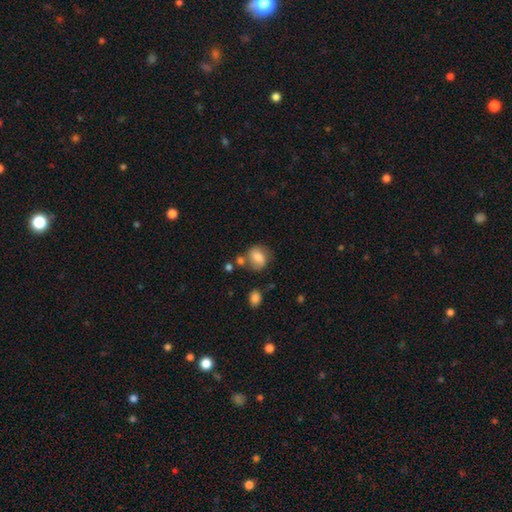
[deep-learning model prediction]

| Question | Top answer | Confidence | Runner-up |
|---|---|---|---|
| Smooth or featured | smooth | 63% | featured or disk (28%) |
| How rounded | round | 56% | in between (42%) |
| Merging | none | 61% | minor disturbance (20%) |